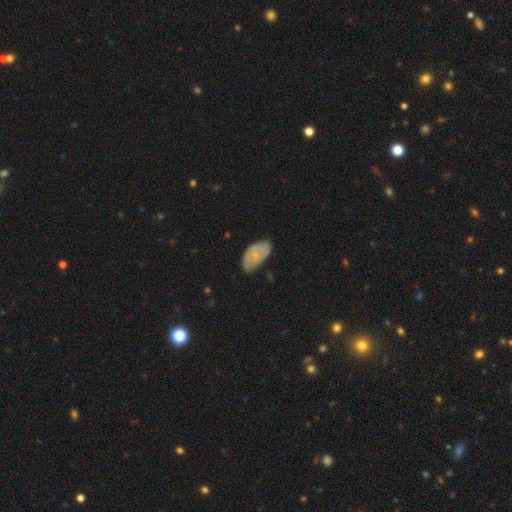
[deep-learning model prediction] Q: Smooth or featured?
A: smooth (54%); runner-up: featured or disk (38%)
Q: How rounded?
A: in between (94%); runner-up: round (4%)
Q: Merging?
A: none (64%); runner-up: minor disturbance (28%)